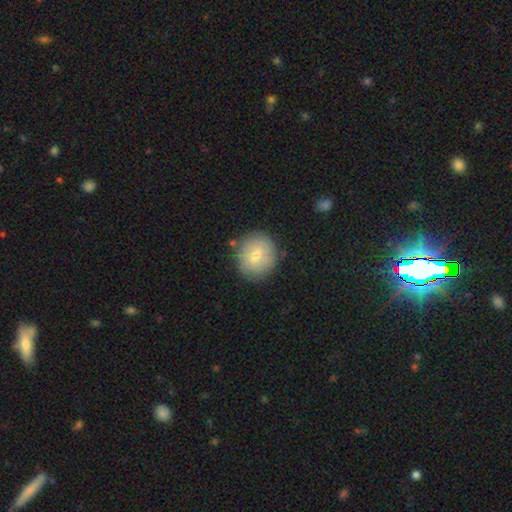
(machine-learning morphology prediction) smooth 66%, featured or disk 27%, star or artifact 7%. Down the decision tree: how rounded — round (84%); merging — none (80%).